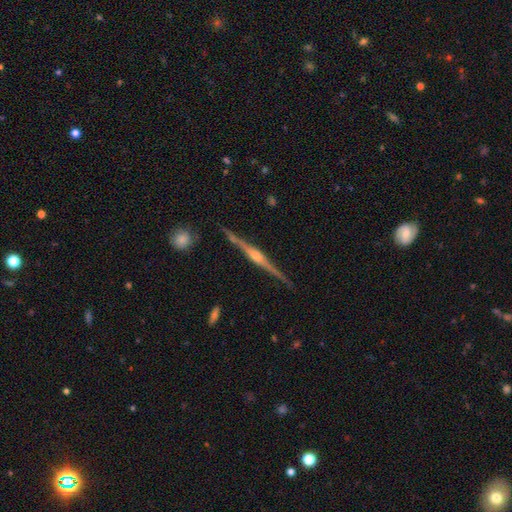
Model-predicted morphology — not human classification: Smooth or featured: featured or disk — 86% (smooth — 8%)
Edge-on disk: yes — 98% (no — 2%)
Edge-on bulge: rounded — 76% (boxy — 18%)
Merging: none — 86% (minor disturbance — 10%)